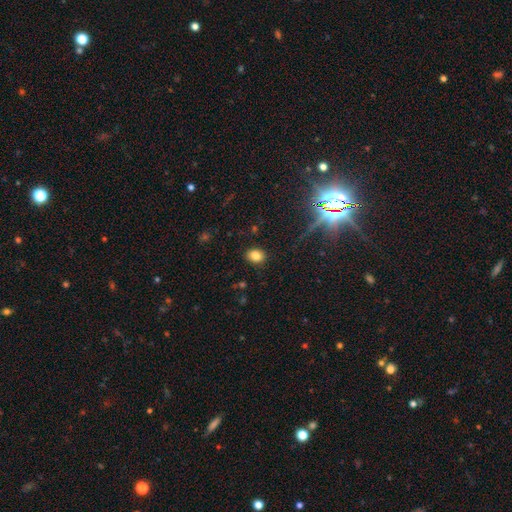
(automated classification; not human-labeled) Smooth or featured? smooth (82%)
How rounded? in between (59%)
Merging? none (88%)